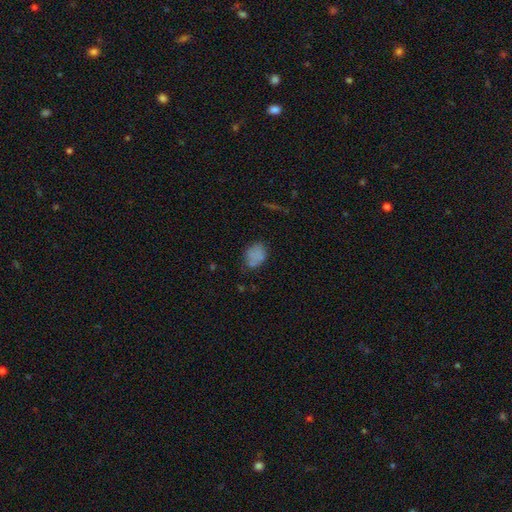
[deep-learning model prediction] smooth-or-featured: smooth: 77% | star or artifact: 12% | featured or disk: 11%
  how-rounded: in between: 68% | round: 31% | cigar-shaped: 1%
  merging: none: 59% | minor disturbance: 27% | major disturbance: 9% | merger: 5%